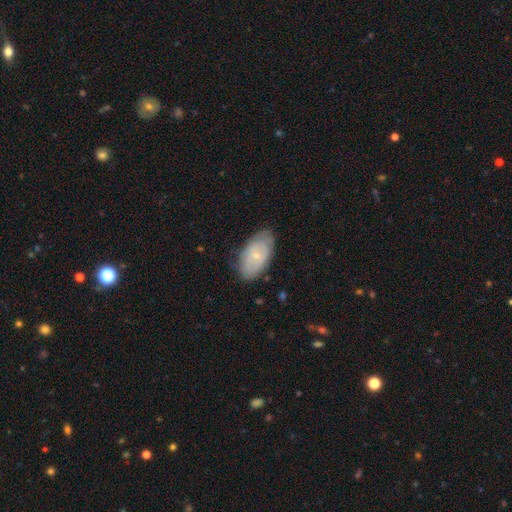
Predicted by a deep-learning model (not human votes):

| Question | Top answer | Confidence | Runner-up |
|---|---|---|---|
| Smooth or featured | smooth | 57% | featured or disk (37%) |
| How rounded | in between | 94% | round (4%) |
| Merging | none | 74% | minor disturbance (20%) |